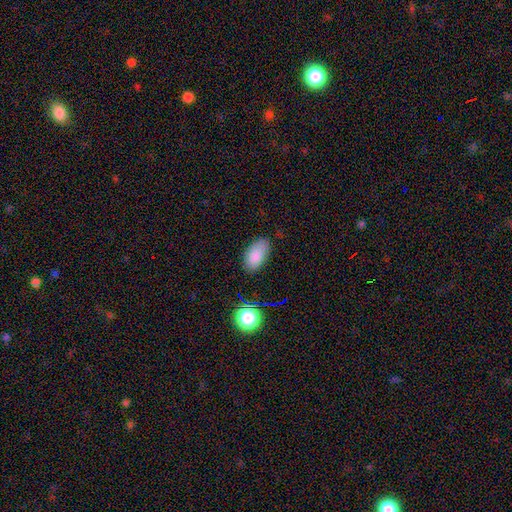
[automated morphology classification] smooth 83%, star or artifact 9%, featured or disk 8%. Down the decision tree: how rounded — in between (93%); merging — none (78%).